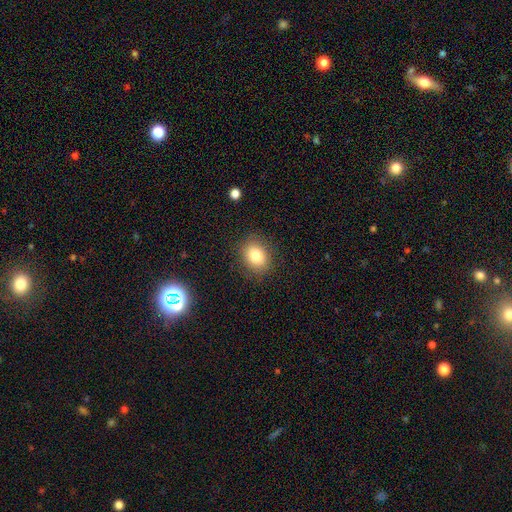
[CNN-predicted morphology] smooth_or_featured: smooth (p=0.82) [alt: star or artifact p=0.10]
how_rounded: in between (p=0.58) [alt: round p=0.41]
merging: none (p=0.86) [alt: minor disturbance p=0.10]